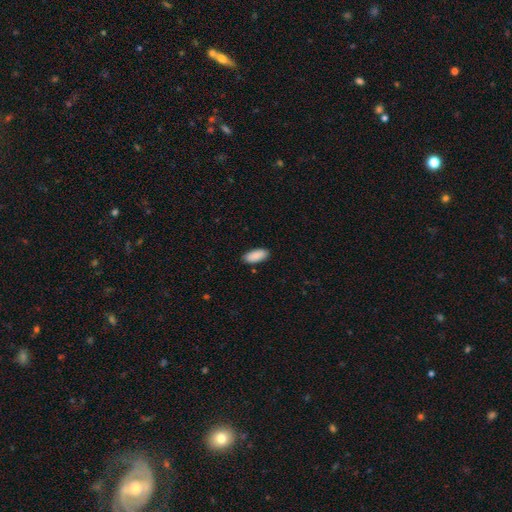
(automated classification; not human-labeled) smooth_or_featured: smooth (p=0.90) [alt: star or artifact p=0.06]
how_rounded: in between (p=0.89) [alt: cigar-shaped p=0.10]
merging: none (p=0.88) [alt: minor disturbance p=0.09]